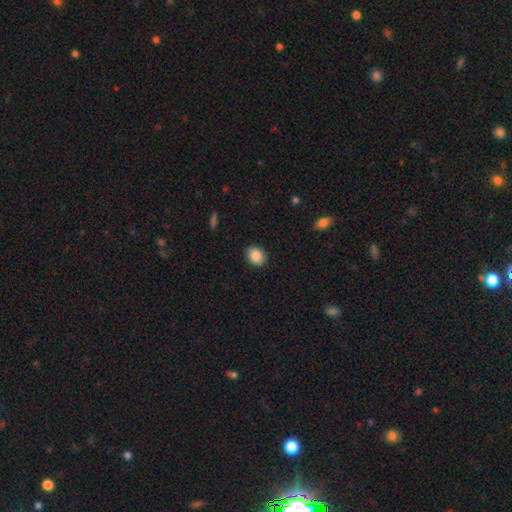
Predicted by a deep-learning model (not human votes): smooth_or_featured: smooth (p=0.87) [alt: star or artifact p=0.08]
how_rounded: in between (p=0.51) [alt: round p=0.48]
merging: none (p=0.89) [alt: minor disturbance p=0.08]